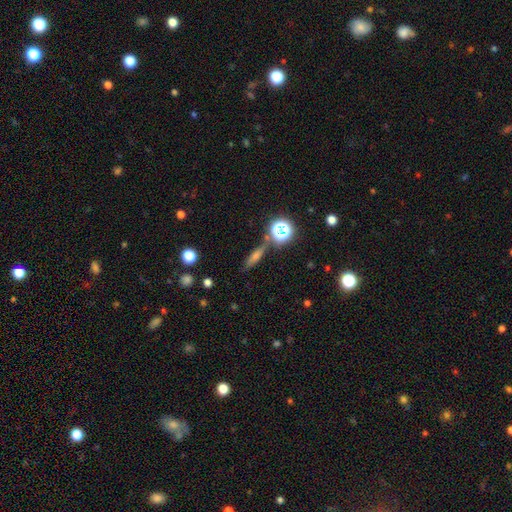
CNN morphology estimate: smooth-or-featured: smooth: 40% | featured or disk: 37% | star or artifact: 23%
  merging: none: 80% | minor disturbance: 10% | merger: 6% | major disturbance: 4%